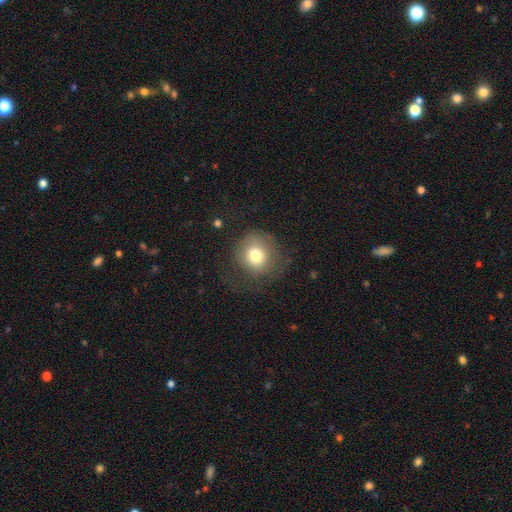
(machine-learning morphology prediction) A smooth galaxy with no disk features (74%) that is round (87%). Merging: none (58%).